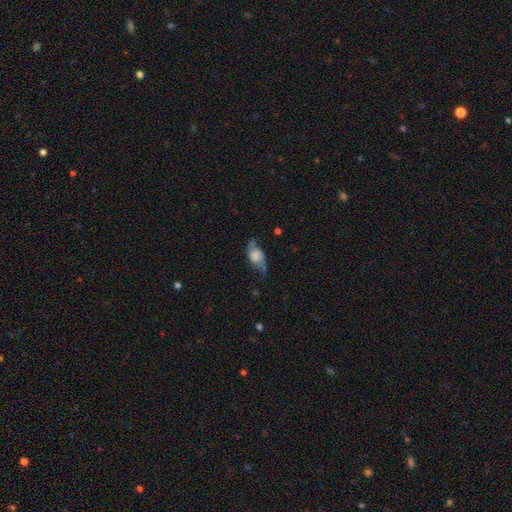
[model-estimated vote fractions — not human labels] A featured or disk galaxy (62%) with no bar (63%), 2 (89%) loose (65%) spiral arms (90%) and no central bulge (27%).

Vote fractions:
- Smooth or featured? featured or disk: 62% / smooth: 29% / star or artifact: 9%
- Edge-on disk? no: 92% / yes: 8%
- Bar? no: 63% / weak: 30% / strong: 7%
- Spiral arms? yes: 90% / no: 10%
- Spiral winding? loose: 65% / medium: 27% / tight: 8%
- Spiral arm count? 2: 89% / can't tell: 4% / 1: 3% / 3: 1% / 4: 1% / more than 4: 1%
- Bulge size? none: 27% / large: 26% / moderate: 20% / small: 19% / dominant: 8%
- Merging? none: 61% / minor disturbance: 24% / major disturbance: 13% / merger: 2%